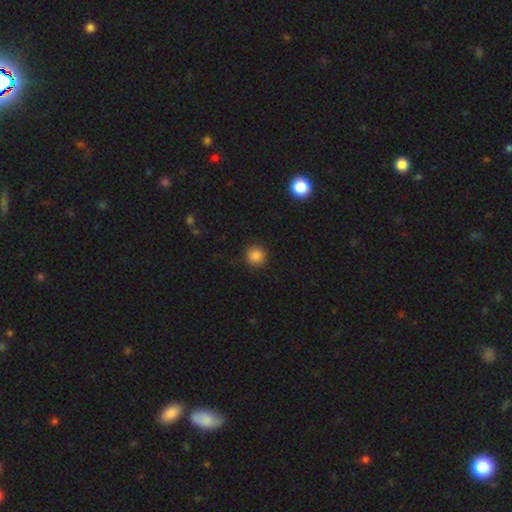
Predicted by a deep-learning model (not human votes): smooth-or-featured: smooth: 86% | star or artifact: 10% | featured or disk: 4%
  how-rounded: round: 93% | in between: 6% | cigar-shaped: 1%
  merging: none: 91% | minor disturbance: 6% | major disturbance: 2% | merger: 1%